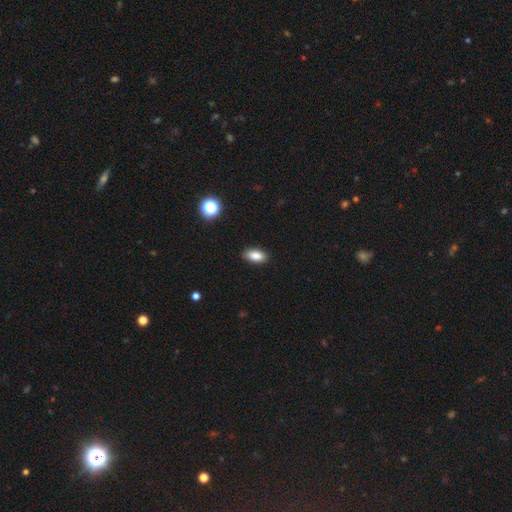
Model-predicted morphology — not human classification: Smooth or featured? Predicted: smooth (p=0.86). How rounded? Predicted: in between (p=0.91). Merging? Predicted: none (p=0.89).